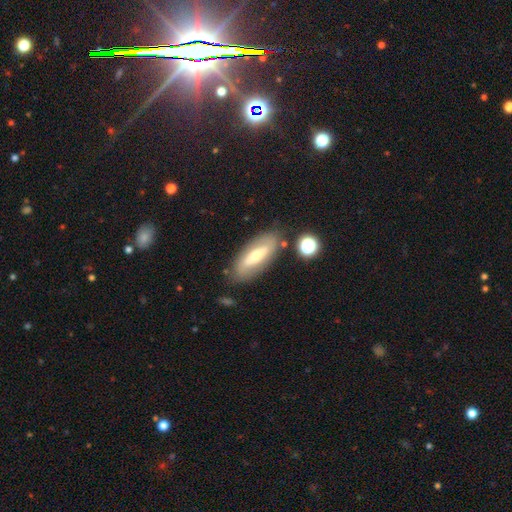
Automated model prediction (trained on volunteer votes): A featured or disk galaxy (49%). Merging: none (79%).